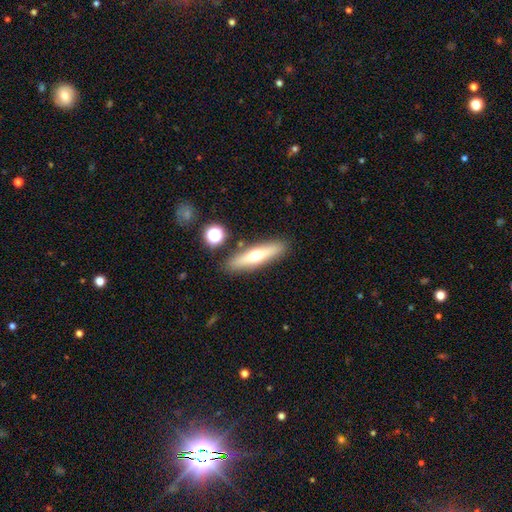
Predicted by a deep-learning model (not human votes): Q: Smooth or featured?
A: smooth (47%); runner-up: featured or disk (46%)
Q: Merging?
A: none (86%); runner-up: minor disturbance (8%)